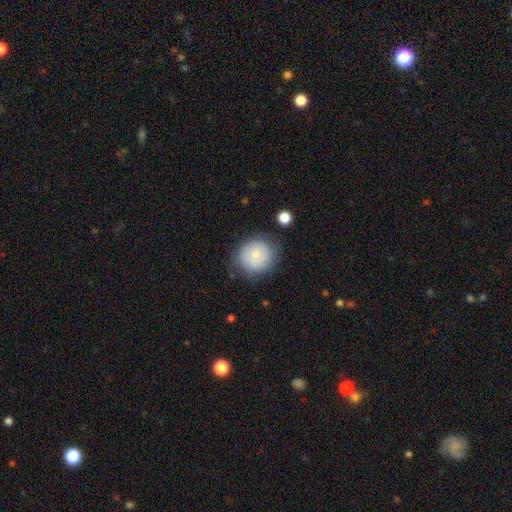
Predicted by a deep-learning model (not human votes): A smooth galaxy with no disk features (75%) that is round (89%).

Vote fractions:
- Smooth or featured? smooth: 75% / featured or disk: 18% / star or artifact: 8%
- How rounded? round: 89% / in between: 10% / cigar-shaped: 1%
- Merging? none: 74% / minor disturbance: 18% / major disturbance: 5% / merger: 3%